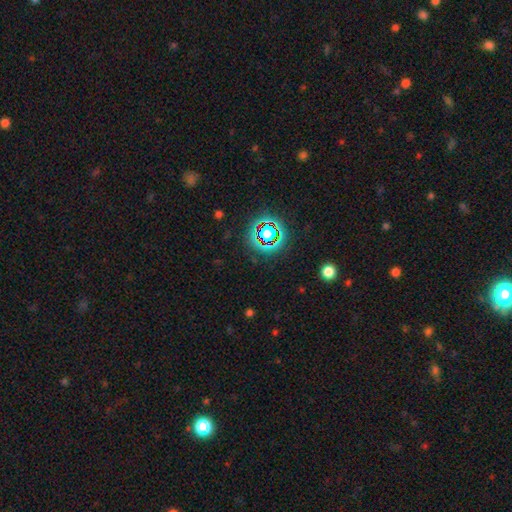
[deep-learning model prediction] star or artifact 71%, smooth 18%, featured or disk 11%.